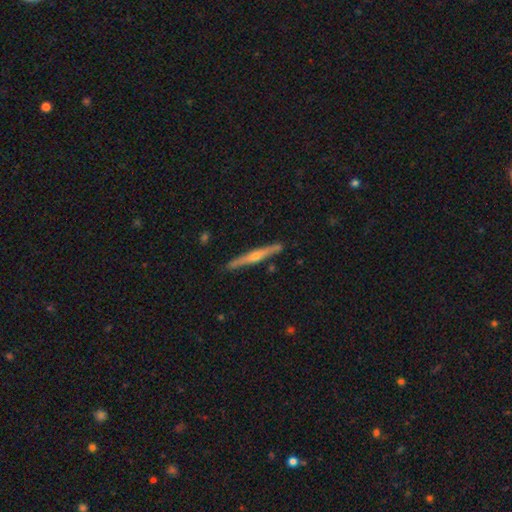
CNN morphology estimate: The model was most divided on "smooth or featured": featured or disk: 71%, smooth: 23%, star or artifact: 6%. More confident: edge-on disk — yes (98%); merging — none (89%); edge-on bulge — rounded (83%).